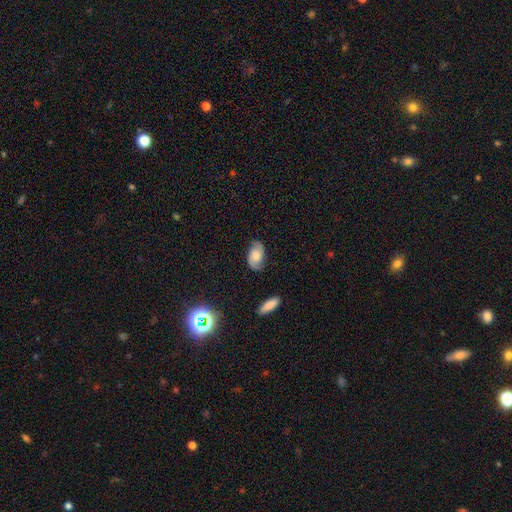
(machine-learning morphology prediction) This is possibly a featured or disk galaxy (56%). It is clearly not viewed edge-on (95%). Bar: likely no (69%). Spiral arm pattern: clearly yes (91%). Central bulge: possibly moderate (53%). Merging: likely none (79%).